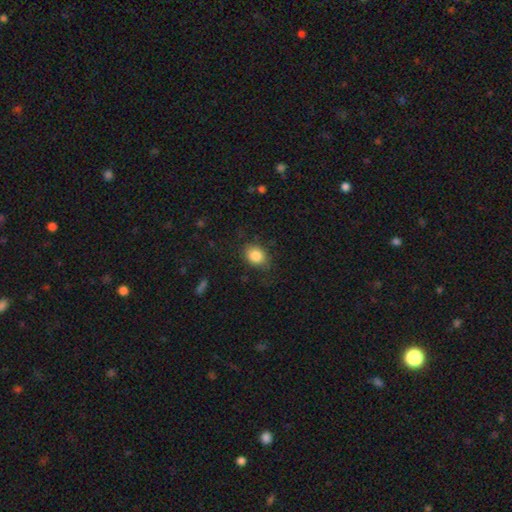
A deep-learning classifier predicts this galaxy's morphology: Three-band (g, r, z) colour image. It shows a smooth galaxy with no disk features (85%) that is in between round and cigar-shaped (51%). Merging: none (78%).